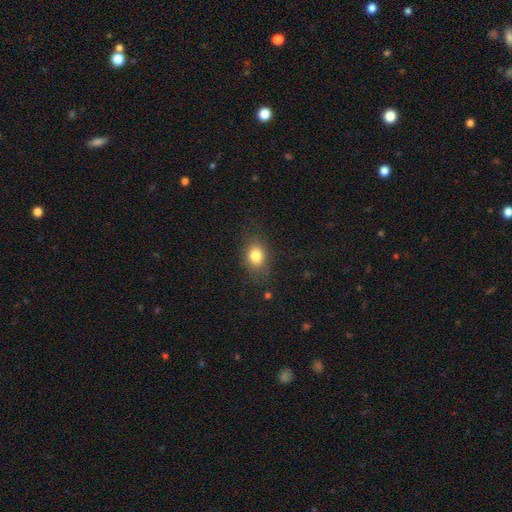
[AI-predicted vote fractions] Smooth or featured?
  - smooth: 81% *
  - star or artifact: 10%
  - featured or disk: 9%
How rounded?
  - in between: 60% *
  - round: 39%
  - cigar-shaped: 2%
Merging?
  - none: 76% *
  - minor disturbance: 17%
  - major disturbance: 6%
  - merger: 1%